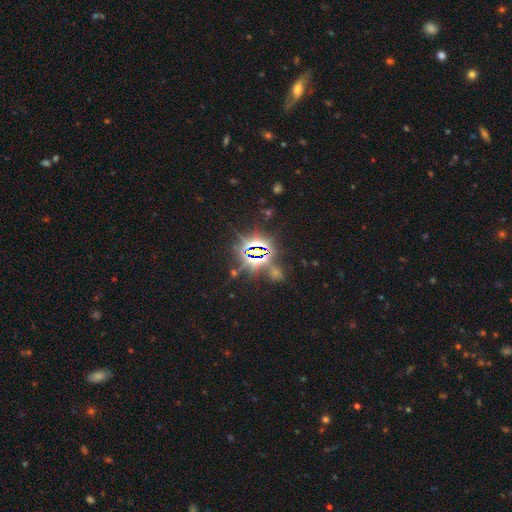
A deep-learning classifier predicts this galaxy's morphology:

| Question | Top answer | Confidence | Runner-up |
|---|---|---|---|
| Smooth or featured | star or artifact | 81% | smooth (10%) |